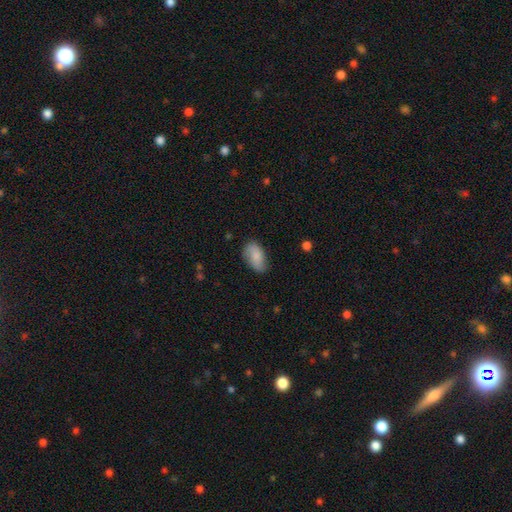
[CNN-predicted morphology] This appears to be a smooth galaxy with no disk features (75%) that is in between round and cigar-shaped (93%). Merging: none (73%).